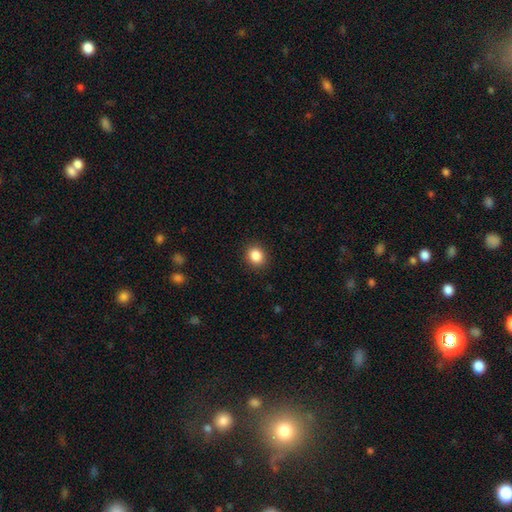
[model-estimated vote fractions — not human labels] The model was most divided on "how rounded": round: 71%, in between: 28%, cigar-shaped: 1%. More confident: merging — none (90%); smooth or featured — smooth (87%).